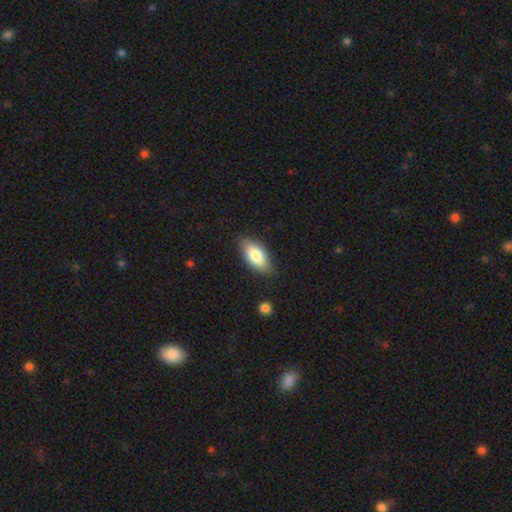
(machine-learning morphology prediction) A smooth galaxy with no disk features (80%) that is in between round and cigar-shaped (87%). Merging: none (84%).